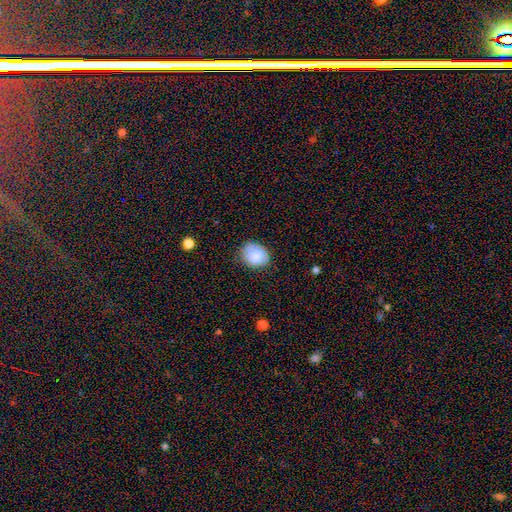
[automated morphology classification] smooth_or_featured: smooth (p=0.79) [alt: featured or disk p=0.13]
how_rounded: round (p=0.50) [alt: in between p=0.49]
merging: none (p=0.74) [alt: minor disturbance p=0.20]